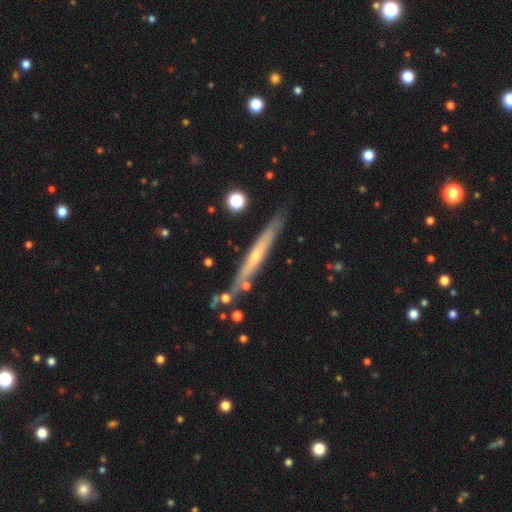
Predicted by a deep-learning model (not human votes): featured or disk 68%, smooth 26%, star or artifact 6%. Down the decision tree: edge-on disk — yes (92%); edge-on bulge — rounded (54%); merging — none (82%).